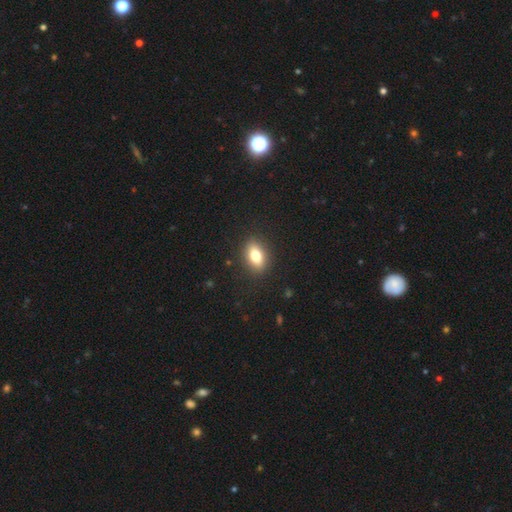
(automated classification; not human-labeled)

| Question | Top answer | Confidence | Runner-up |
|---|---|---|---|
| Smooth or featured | smooth | 75% | featured or disk (16%) |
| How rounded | in between | 81% | round (13%) |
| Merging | none | 88% | minor disturbance (8%) |